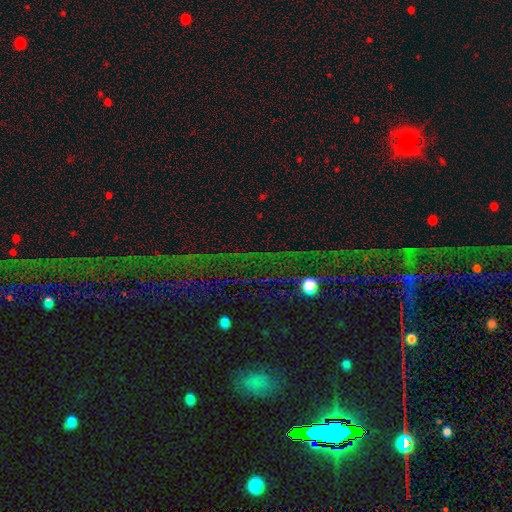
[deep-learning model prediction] smooth-or-featured: star or artifact: 79% | smooth: 10% | featured or disk: 10%